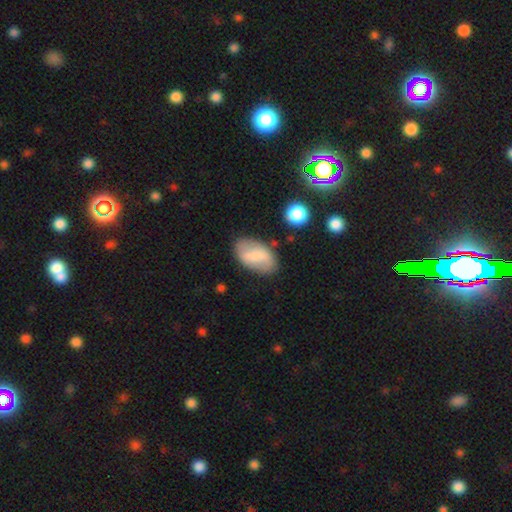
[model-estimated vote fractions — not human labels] Smooth or featured? smooth (60%)
How rounded? in between (92%)
Merging? none (77%)